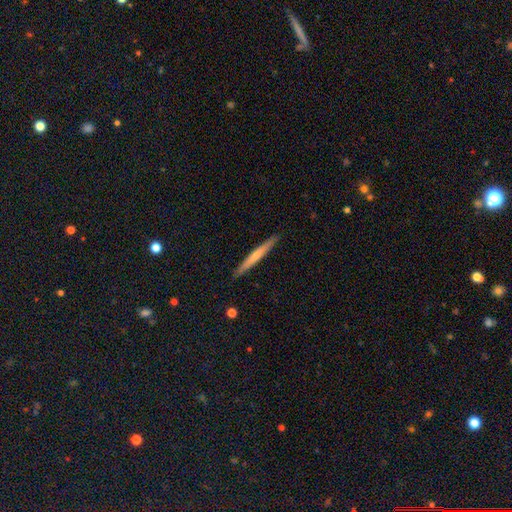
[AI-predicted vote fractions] smooth 51%, featured or disk 44%, star or artifact 5%. Down the decision tree: how rounded — cigar-shaped (96%); merging — none (90%).